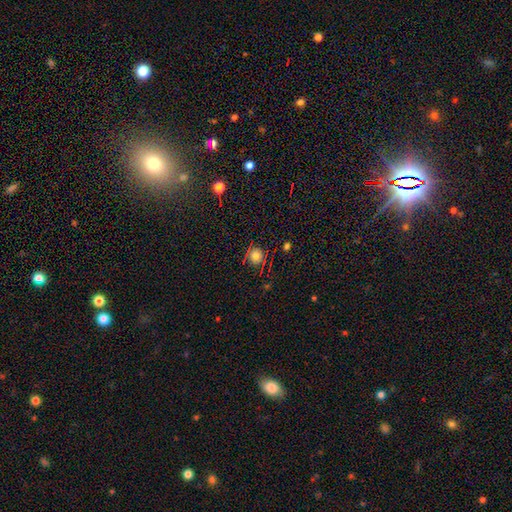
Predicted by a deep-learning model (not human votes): A smooth galaxy with no disk features (73%) that is round (93%). Merging: none (85%).